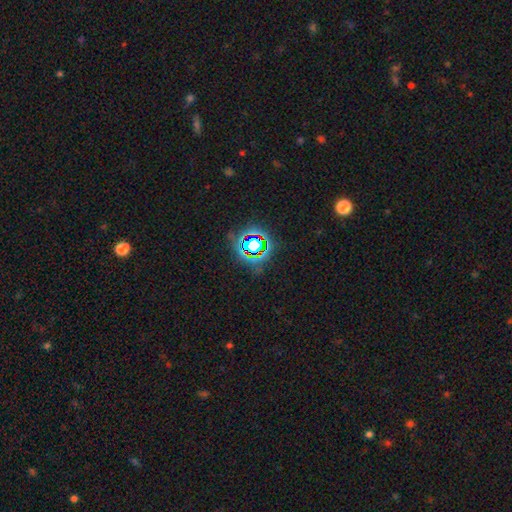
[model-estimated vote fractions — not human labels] Smooth or featured? star or artifact (76%)